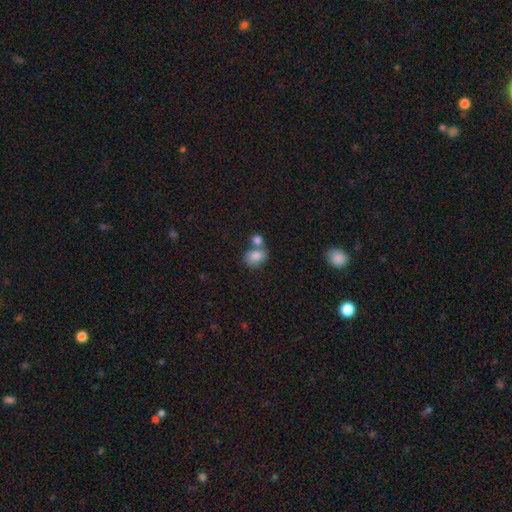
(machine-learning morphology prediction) smooth_or_featured: smooth (p=0.81) [alt: featured or disk p=0.10]
how_rounded: in between (p=0.63) [alt: round p=0.36]
merging: merger (p=0.43) [alt: none p=0.40]